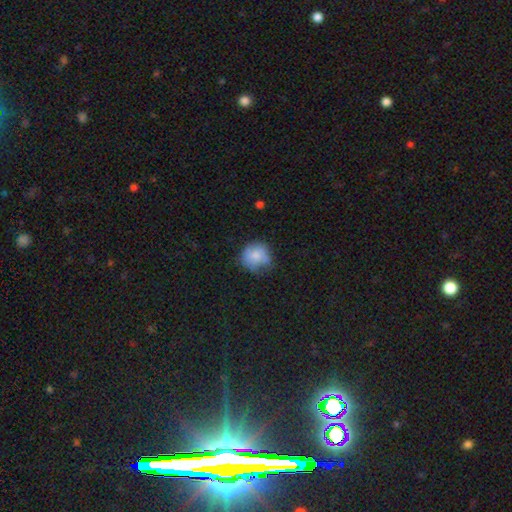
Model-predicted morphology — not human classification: This is likely a smooth galaxy (75%). How rounded: likely round (79%). Merging: possibly none (51%).